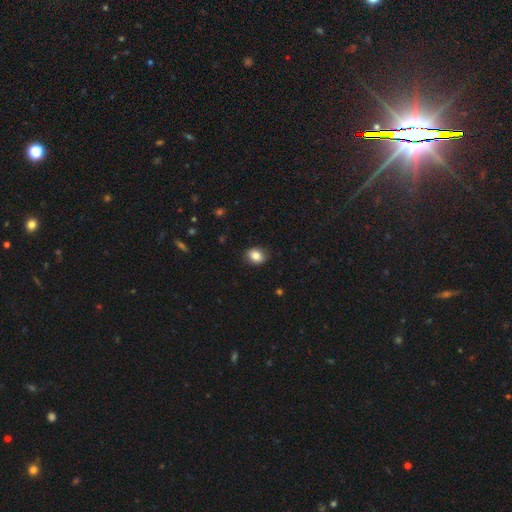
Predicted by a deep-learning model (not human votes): A smooth galaxy with no disk features (84%) that is in between round and cigar-shaped (55%).

Vote fractions:
- Smooth or featured? smooth: 84% / star or artifact: 9% / featured or disk: 7%
- How rounded? in between: 55% / round: 44% / cigar-shaped: 1%
- Merging? none: 87% / minor disturbance: 10% / major disturbance: 2% / merger: 1%